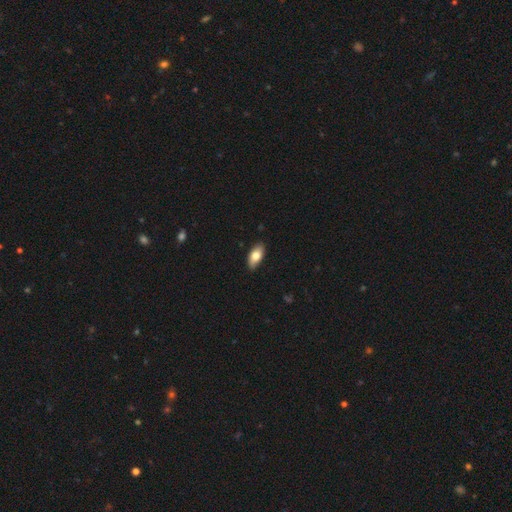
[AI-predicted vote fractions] Smooth or featured? smooth (78%)
How rounded? in between (90%)
Merging? none (85%)